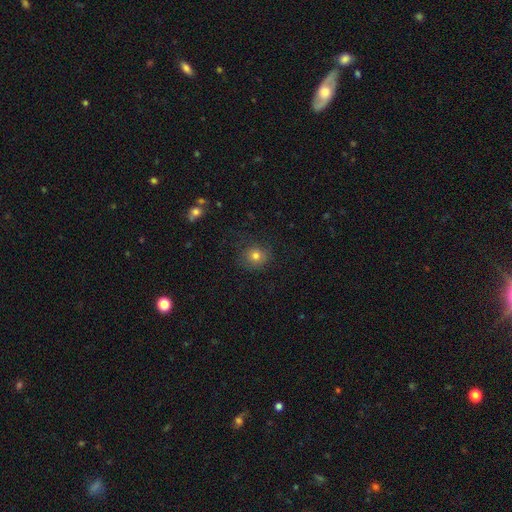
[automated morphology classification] Smooth or featured?
  - smooth: 76% *
  - star or artifact: 14%
  - featured or disk: 11%
How rounded?
  - round: 85% *
  - in between: 14%
  - cigar-shaped: 1%
Merging?
  - none: 78% *
  - minor disturbance: 14%
  - major disturbance: 6%
  - merger: 1%